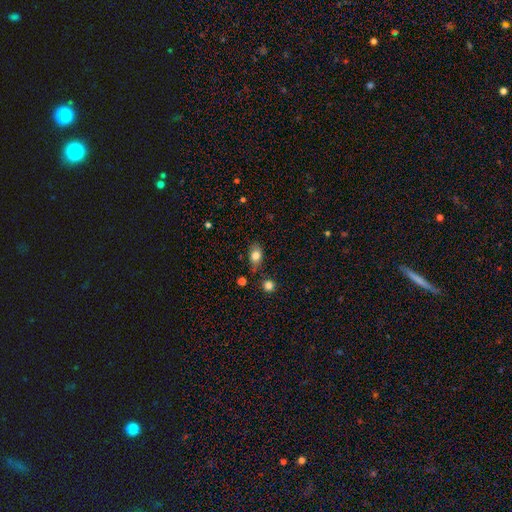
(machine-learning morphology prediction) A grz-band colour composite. It shows a smooth galaxy with no disk features (80%) that is in between round and cigar-shaped (78%). Merging: none (67%).